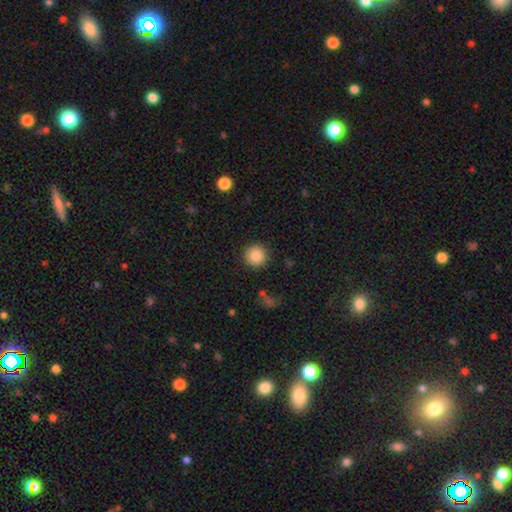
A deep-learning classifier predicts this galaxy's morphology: This appears to be a smooth galaxy with no disk features (87%) that is round (95%). Merging: none (90%).